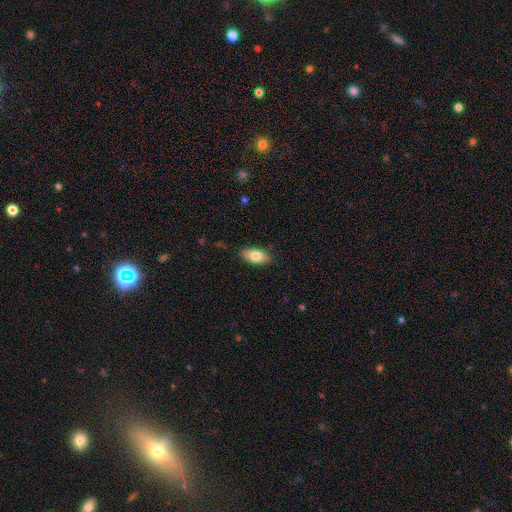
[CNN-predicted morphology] This is likely a smooth galaxy (77%). How rounded: clearly in between (88%). Merging: clearly none (86%).